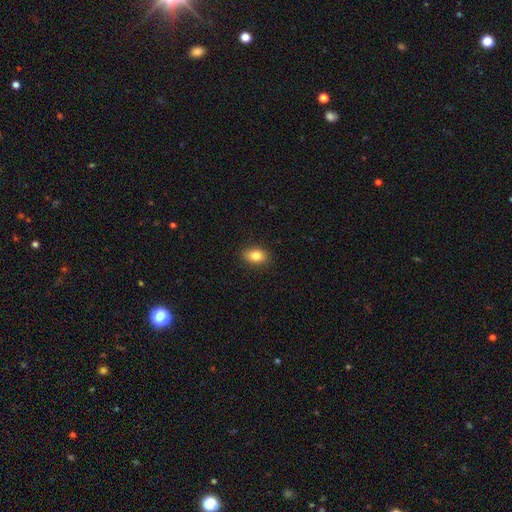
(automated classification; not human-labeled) Morphology: type=smooth (83%); roundness=in between (82%); merging=none (89%).